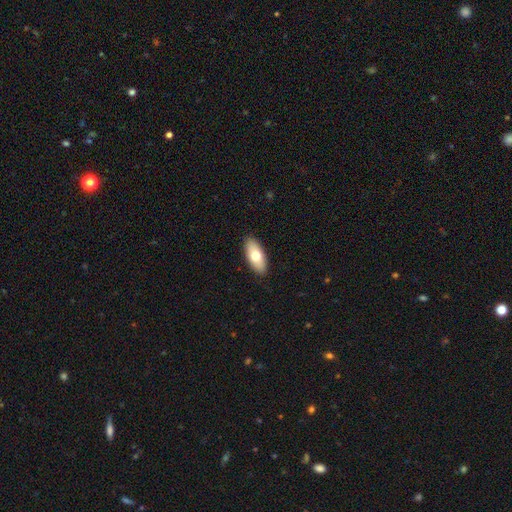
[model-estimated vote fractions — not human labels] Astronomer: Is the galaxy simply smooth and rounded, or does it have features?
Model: smooth — 71%.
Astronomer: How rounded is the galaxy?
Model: in between — 87%.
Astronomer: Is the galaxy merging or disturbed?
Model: none — 90%.